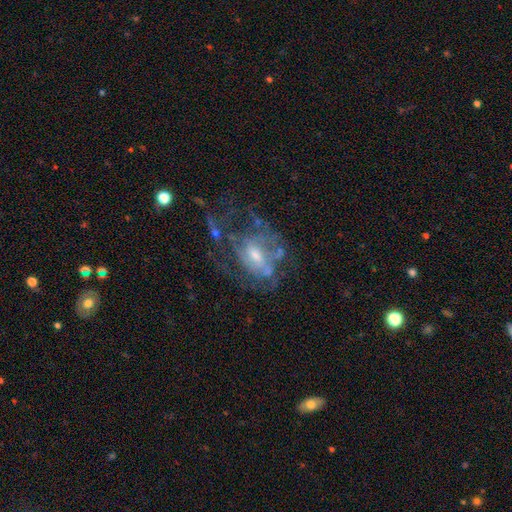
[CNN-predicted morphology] Q: Smooth or featured?
A: featured or disk (74%); runner-up: smooth (15%)
Q: Edge-on disk?
A: no (96%); runner-up: yes (4%)
Q: Bar?
A: no (48%); runner-up: weak (42%)
Q: Spiral arms?
A: yes (64%); runner-up: no (36%)
Q: Bulge size?
A: moderate (48%); runner-up: small (41%)
Q: Merging?
A: none (37%); tied with: major disturbance (37%)